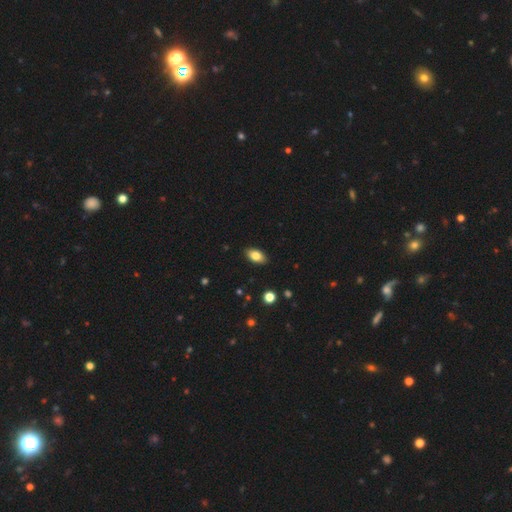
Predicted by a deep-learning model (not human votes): Morphology: type=smooth (81%); roundness=in between (91%); merging=none (89%).